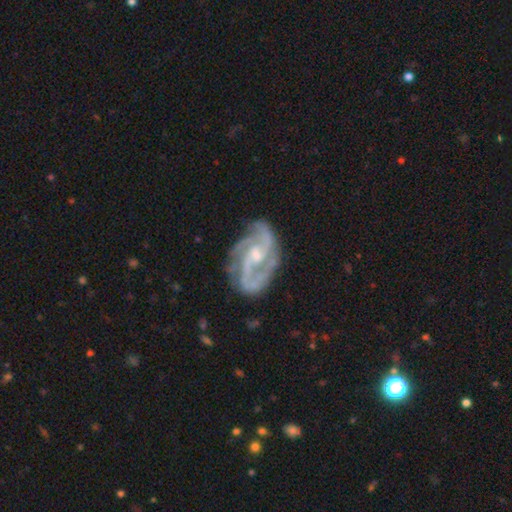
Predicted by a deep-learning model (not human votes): featured or disk 91%, star or artifact 5%, smooth 4%. Down the decision tree: edge-on disk — no (98%); bar — no (44%); spiral arms — yes (98%); spiral arm count — 3 (43%); spiral winding — medium (50%); bulge size — moderate (48%); merging — none (70%).